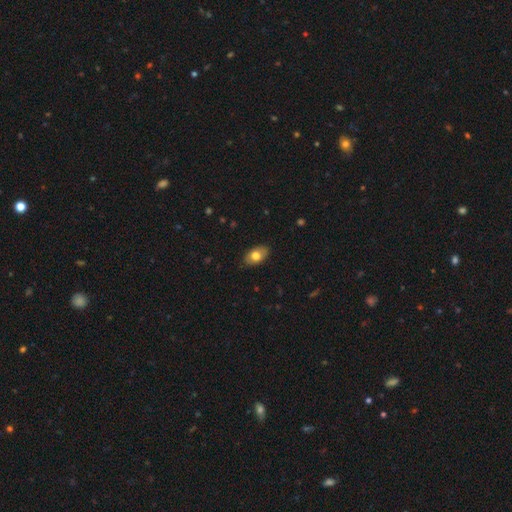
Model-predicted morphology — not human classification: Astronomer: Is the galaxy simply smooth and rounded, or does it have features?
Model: smooth — 75%.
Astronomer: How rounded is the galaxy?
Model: in between — 91%.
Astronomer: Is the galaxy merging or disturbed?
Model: none — 85%.